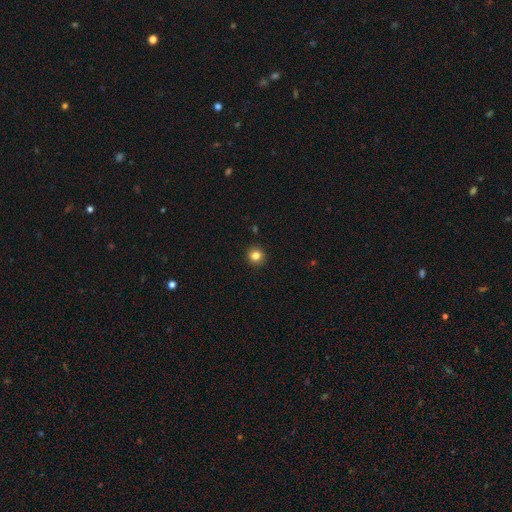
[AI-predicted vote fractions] Smooth or featured? smooth (82%)
How rounded? round (91%)
Merging? none (92%)